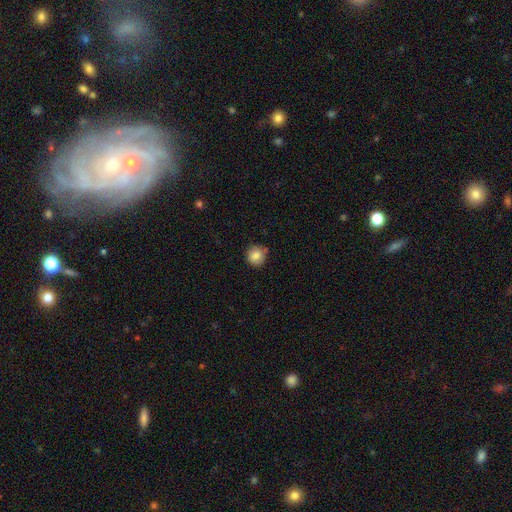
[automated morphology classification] smooth_or_featured: smooth (p=0.84) [alt: star or artifact p=0.09]
how_rounded: round (p=0.92) [alt: in between p=0.07]
merging: none (p=0.82) [alt: minor disturbance p=0.13]